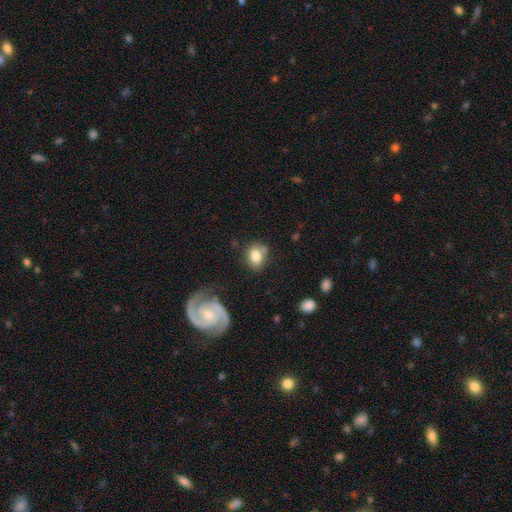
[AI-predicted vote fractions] This is likely a smooth galaxy (79%). How rounded: likely in between (62%). Merging: likely none (66%).